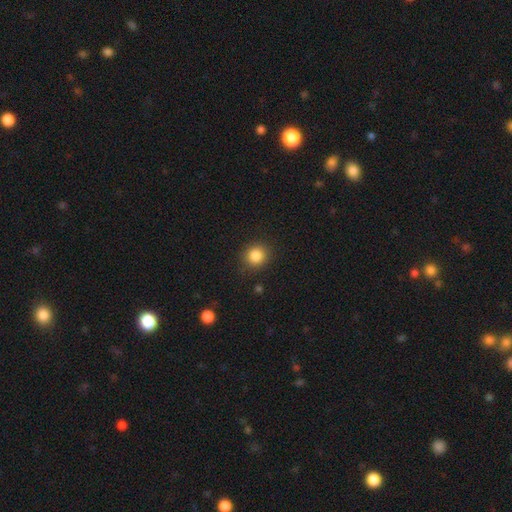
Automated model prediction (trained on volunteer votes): The model was most divided on "how rounded": round: 86%, in between: 13%, cigar-shaped: 1%. More confident: merging — none (88%); smooth or featured — smooth (85%).